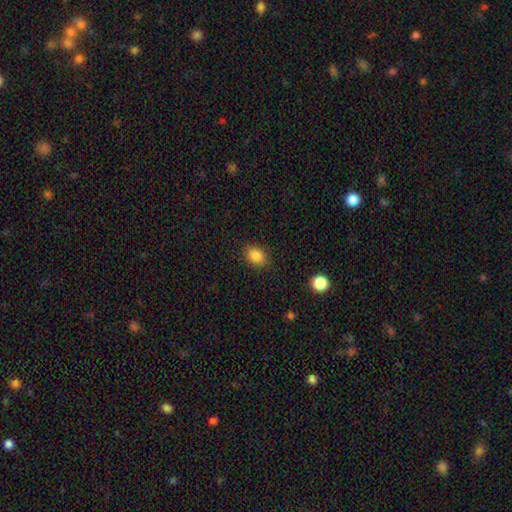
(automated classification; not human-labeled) A smooth galaxy with no disk features (86%) that is in between round and cigar-shaped (74%). Merging: none (86%).